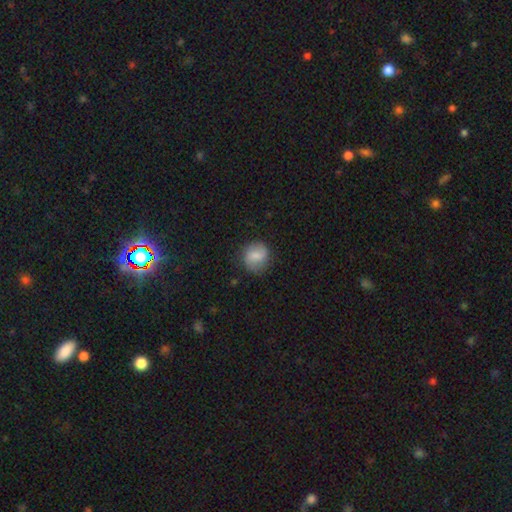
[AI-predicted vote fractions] Smooth or featured?
  - smooth: 64% *
  - featured or disk: 28%
  - star or artifact: 8%
How rounded?
  - round: 81% *
  - in between: 17%
  - cigar-shaped: 1%
Merging?
  - none: 76% *
  - minor disturbance: 17%
  - major disturbance: 6%
  - merger: 1%